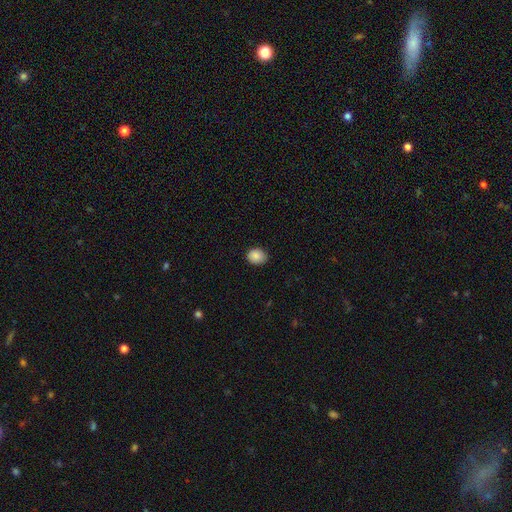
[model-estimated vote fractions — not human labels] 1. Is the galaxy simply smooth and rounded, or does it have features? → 88% smooth, 9% star or artifact, 4% featured or disk.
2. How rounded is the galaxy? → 57% round, 42% in between, 1% cigar-shaped.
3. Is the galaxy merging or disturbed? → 83% none, 14% minor disturbance, 2% major disturbance, 1% merger.